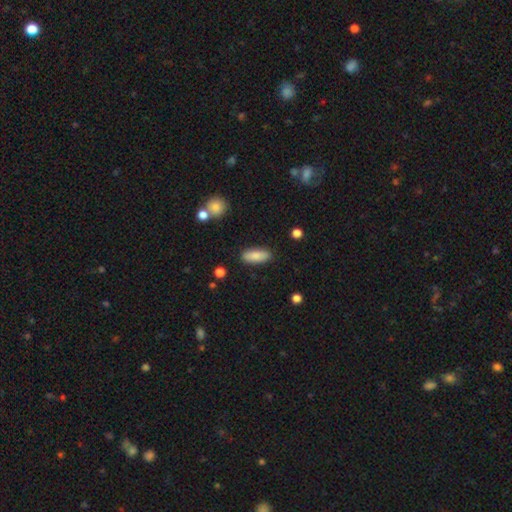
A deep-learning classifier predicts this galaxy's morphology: Smooth or featured? Predicted: smooth (p=0.85). How rounded? Predicted: in between (p=0.74). Merging? Predicted: none (p=0.87).